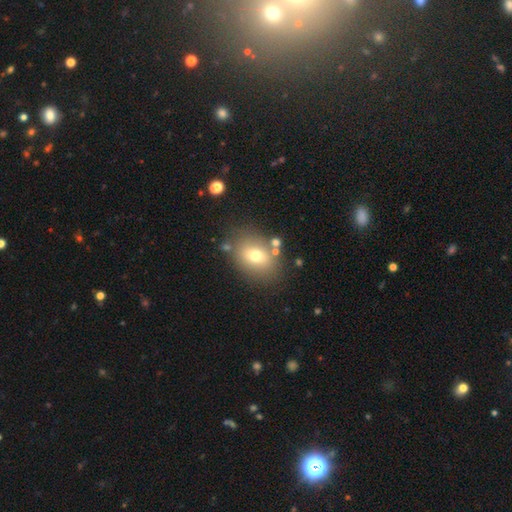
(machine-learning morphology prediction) smooth-or-featured: smooth: 71% | featured or disk: 18% | star or artifact: 12%
  how-rounded: in between: 65% | round: 34% | cigar-shaped: 1%
  merging: none: 76% | minor disturbance: 13% | merger: 6% | major disturbance: 5%